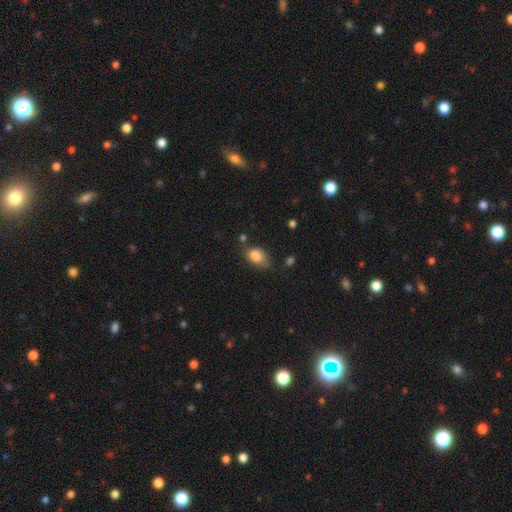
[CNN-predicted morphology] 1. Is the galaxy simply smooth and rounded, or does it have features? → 84% smooth, 8% star or artifact, 8% featured or disk.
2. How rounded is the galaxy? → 82% in between, 16% round, 2% cigar-shaped.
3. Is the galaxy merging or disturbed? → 53% none, 33% minor disturbance, 9% major disturbance, 5% merger.